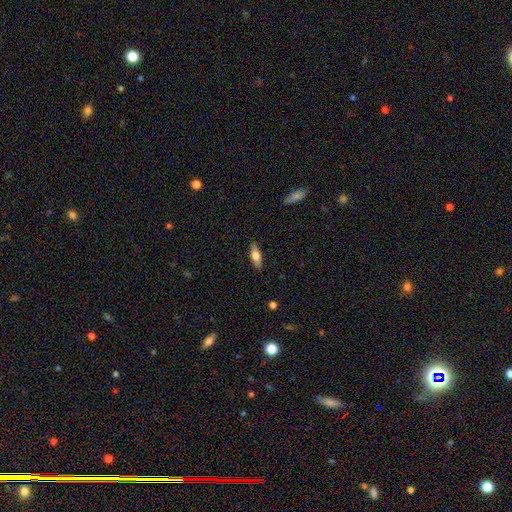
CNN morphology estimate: Smooth or featured: smooth — 58% (featured or disk — 36%)
How rounded: in between — 56% (cigar-shaped — 41%)
Merging: none — 86% (minor disturbance — 10%)